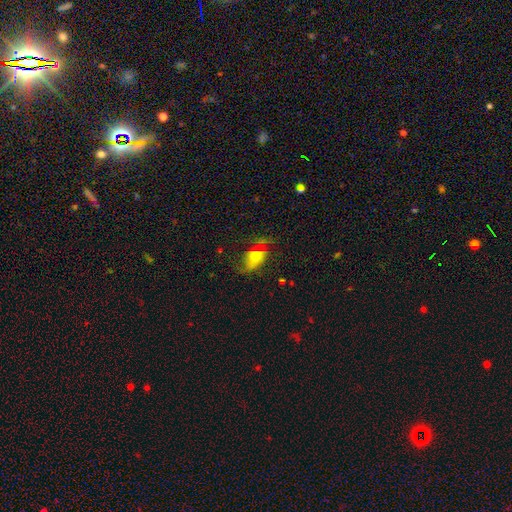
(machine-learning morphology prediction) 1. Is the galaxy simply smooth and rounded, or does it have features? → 51% smooth, 36% featured or disk, 13% star or artifact.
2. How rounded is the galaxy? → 76% in between, 19% round, 5% cigar-shaped.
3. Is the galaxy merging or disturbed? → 42% none, 28% major disturbance, 26% minor disturbance, 4% merger.